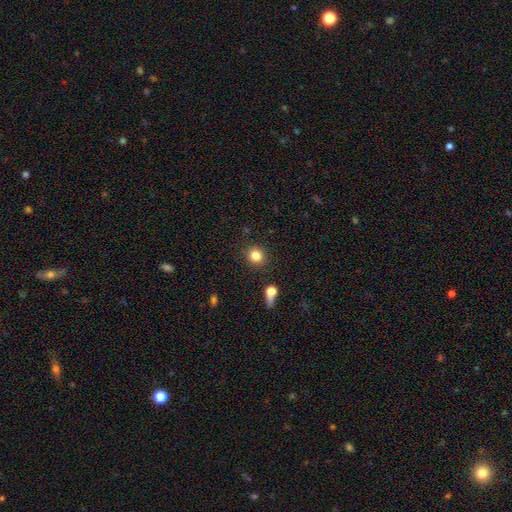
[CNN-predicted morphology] Overall: smooth (83%). How rounded: round (86%). Merging: none (87%).